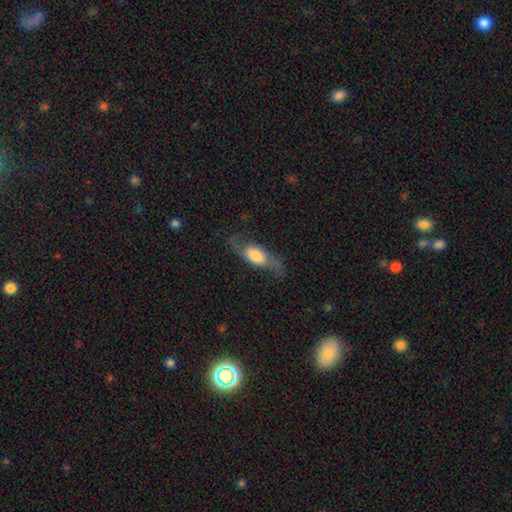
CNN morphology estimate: smooth_or_featured: featured or disk (p=0.51) [alt: smooth p=0.42]
disk_edge_on: no (p=0.73) [alt: yes p=0.27]
merging: none (p=0.64) [alt: minor disturbance p=0.20]